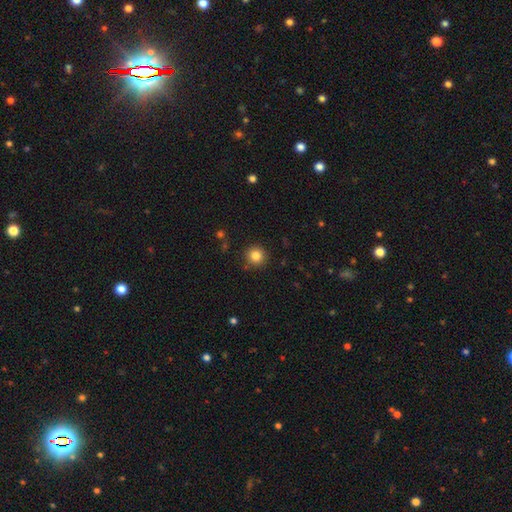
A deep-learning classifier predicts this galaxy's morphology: Smooth or featured? smooth (84%)
How rounded? round (94%)
Merging? none (88%)